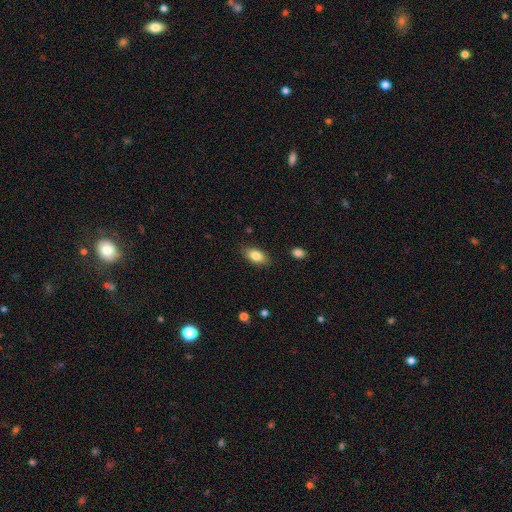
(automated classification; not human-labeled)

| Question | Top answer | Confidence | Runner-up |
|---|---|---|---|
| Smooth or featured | smooth | 84% | featured or disk (9%) |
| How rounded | in between | 90% | round (5%) |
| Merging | none | 84% | minor disturbance (12%) |